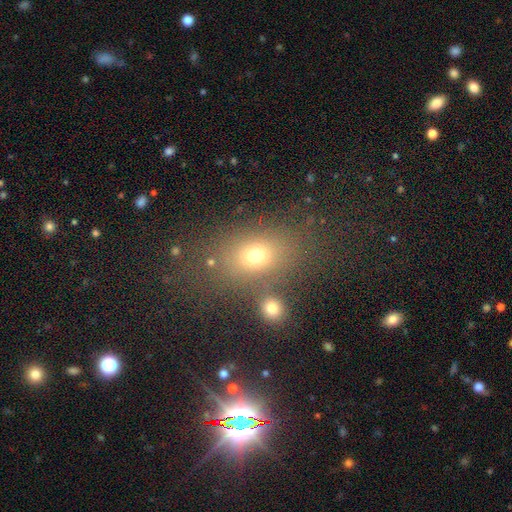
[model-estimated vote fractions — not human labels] This is likely a smooth galaxy (67%). How rounded: likely in between (70%). Merging: likely none (70%).